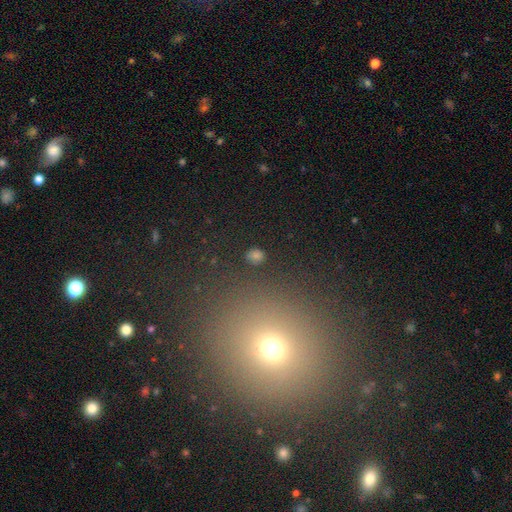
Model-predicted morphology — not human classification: Smooth or featured: smooth — 55% (star or artifact — 35%)
How rounded: round — 69% (in between — 28%)
Merging: none — 85% (minor disturbance — 7%)